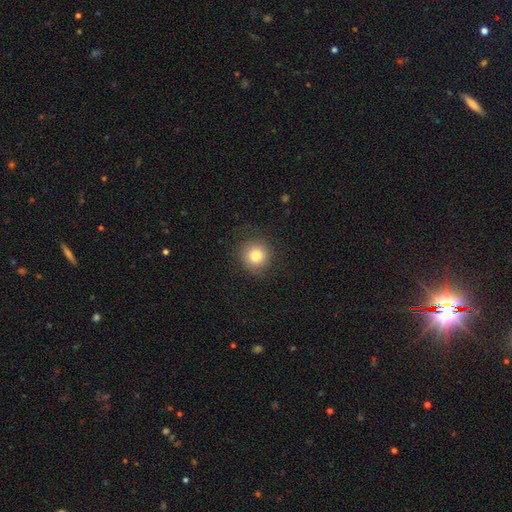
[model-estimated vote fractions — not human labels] Smooth or featured?
  - smooth: 80% *
  - star or artifact: 10%
  - featured or disk: 9%
How rounded?
  - round: 91% *
  - in between: 8%
  - cigar-shaped: 1%
Merging?
  - none: 84% *
  - minor disturbance: 11%
  - major disturbance: 5%
  - merger: 1%